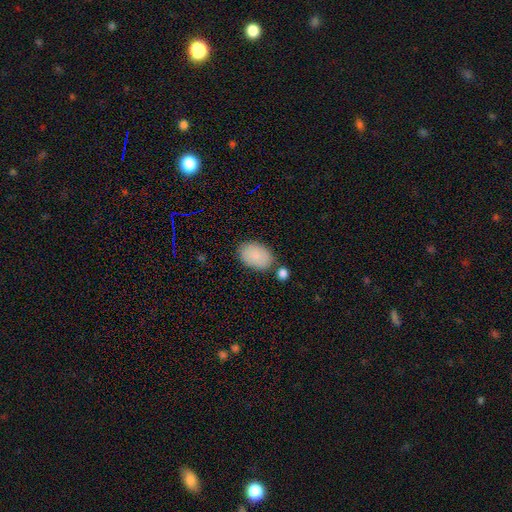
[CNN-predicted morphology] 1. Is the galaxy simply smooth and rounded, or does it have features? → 88% smooth, 7% star or artifact, 6% featured or disk.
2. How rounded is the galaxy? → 91% in between, 8% round, 1% cigar-shaped.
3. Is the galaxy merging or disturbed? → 72% none, 15% minor disturbance, 9% merger, 4% major disturbance.